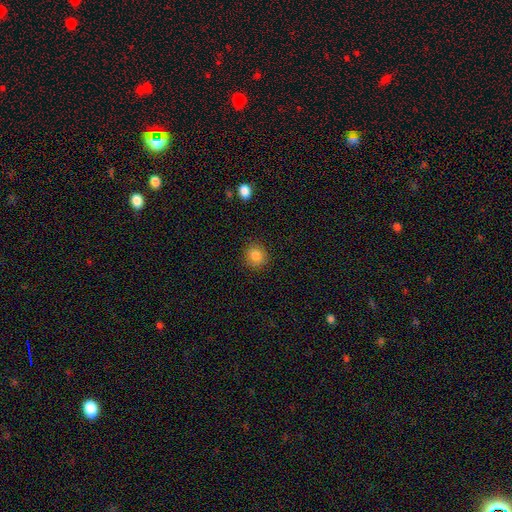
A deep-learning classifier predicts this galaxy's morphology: smooth_or_featured: smooth (p=0.85) [alt: star or artifact p=0.10]
how_rounded: round (p=0.77) [alt: in between p=0.23]
merging: none (p=0.88) [alt: minor disturbance p=0.08]